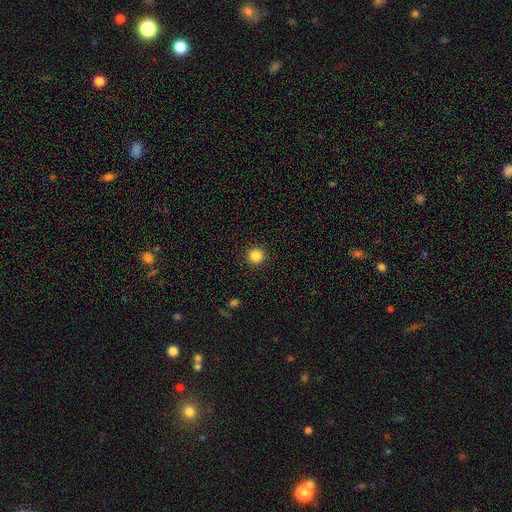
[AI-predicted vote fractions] Smooth or featured? Predicted: smooth (p=0.84). How rounded? Predicted: round (p=0.95). Merging? Predicted: none (p=0.93).